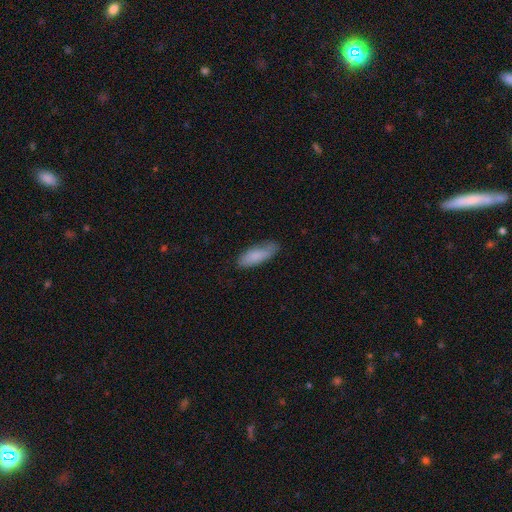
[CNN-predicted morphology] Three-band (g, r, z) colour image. It shows a smooth galaxy with no disk features (82%) that is in between round and cigar-shaped (63%). Merging: none (68%).